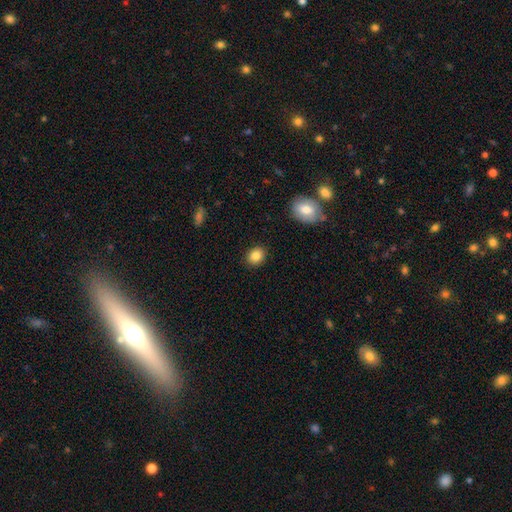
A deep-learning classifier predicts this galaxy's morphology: Smooth or featured?
  - smooth: 85% *
  - star or artifact: 9%
  - featured or disk: 6%
How rounded?
  - round: 54% *
  - in between: 45%
  - cigar-shaped: 1%
Merging?
  - none: 89% *
  - minor disturbance: 7%
  - major disturbance: 2%
  - merger: 1%